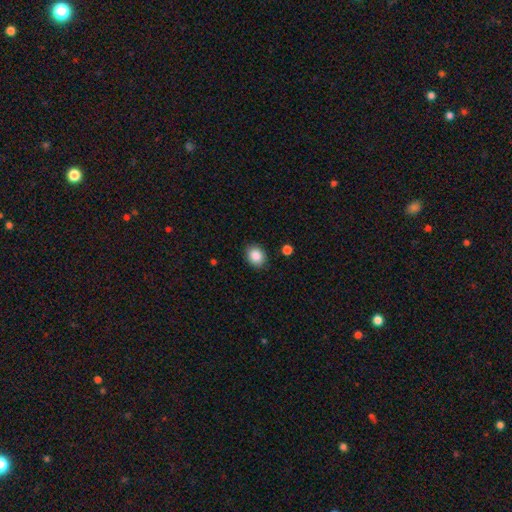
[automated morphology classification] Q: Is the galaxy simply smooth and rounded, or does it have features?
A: smooth — 87%.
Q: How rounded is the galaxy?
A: round — 60%.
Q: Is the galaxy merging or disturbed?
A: none — 88%.